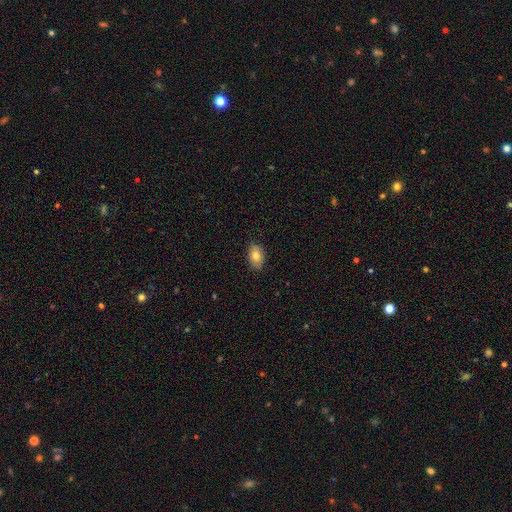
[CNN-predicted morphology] smooth 81%, featured or disk 12%, star or artifact 8%. Down the decision tree: how rounded — in between (88%); merging — none (87%).